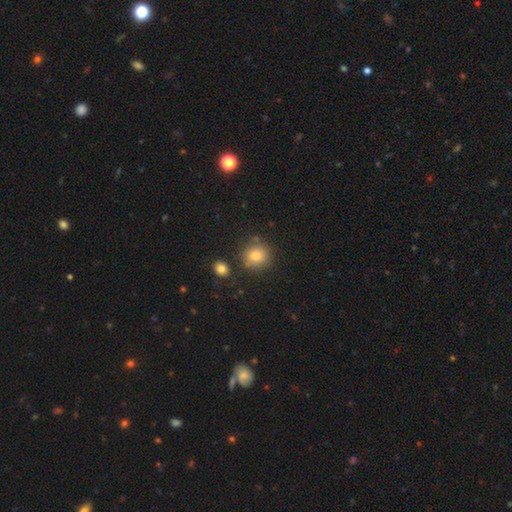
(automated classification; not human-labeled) The model was most divided on "smooth or featured": smooth: 80%, star or artifact: 12%, featured or disk: 9%. More confident: how rounded — round (89%); merging — none (81%).